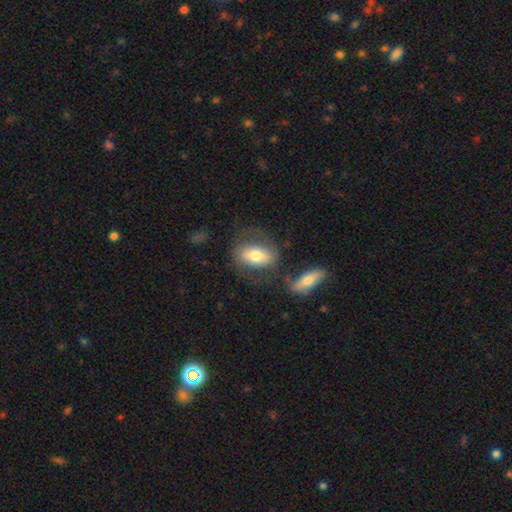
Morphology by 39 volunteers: Smooth or featured? 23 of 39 (59%) said smooth. How rounded? 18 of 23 (78%) said in between. Merging? 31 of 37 (84%) said none.